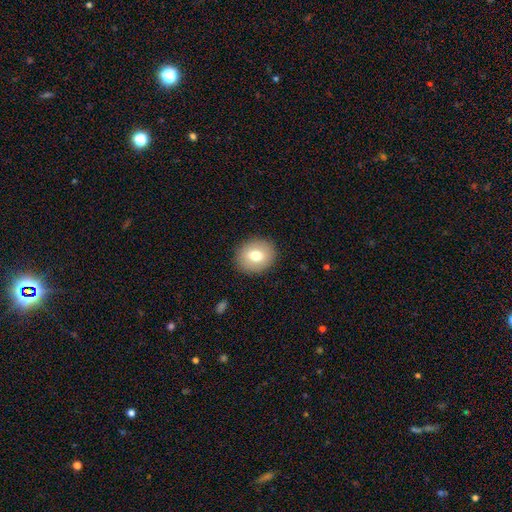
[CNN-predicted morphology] Smooth or featured? Predicted: smooth (p=0.73). How rounded? Predicted: round (p=0.60). Merging? Predicted: none (p=0.89).